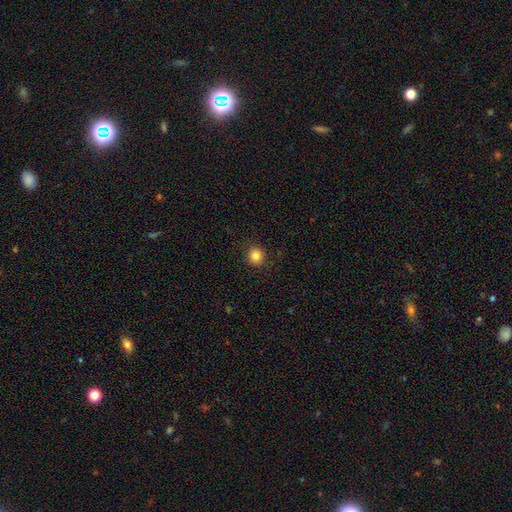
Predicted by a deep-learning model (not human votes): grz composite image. It shows a smooth galaxy with no disk features (84%) that is round (85%). Merging: none (90%).